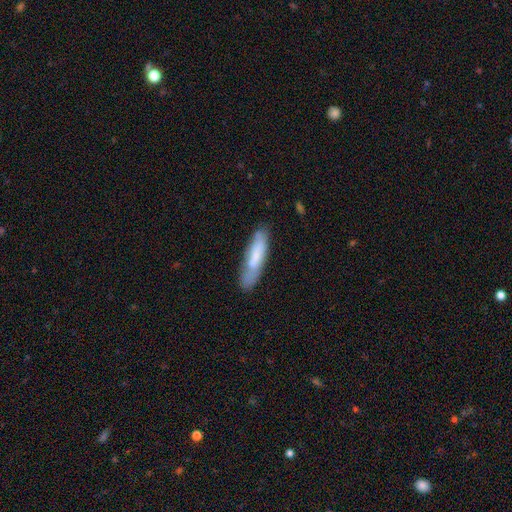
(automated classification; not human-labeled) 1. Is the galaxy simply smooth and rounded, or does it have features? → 67% smooth, 27% featured or disk, 7% star or artifact.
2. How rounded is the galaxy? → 73% cigar-shaped, 25% in between, 1% round.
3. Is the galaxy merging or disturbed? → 72% none, 20% minor disturbance, 5% major disturbance, 4% merger.